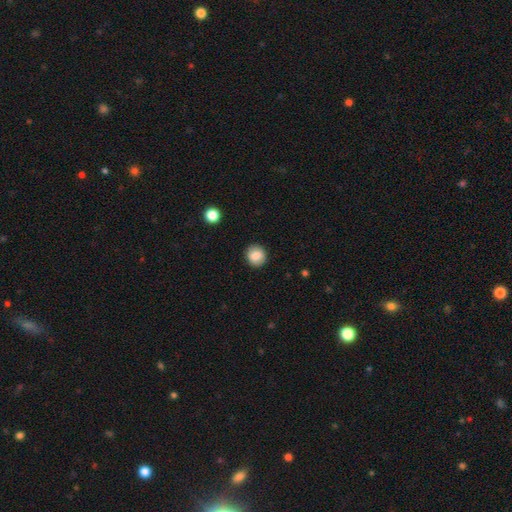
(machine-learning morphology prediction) A smooth galaxy with no disk features (84%) that is round (85%).

Vote fractions:
- Smooth or featured? smooth: 84% / star or artifact: 9% / featured or disk: 7%
- How rounded? round: 85% / in between: 14% / cigar-shaped: 1%
- Merging? none: 89% / minor disturbance: 8% / major disturbance: 2% / merger: 1%